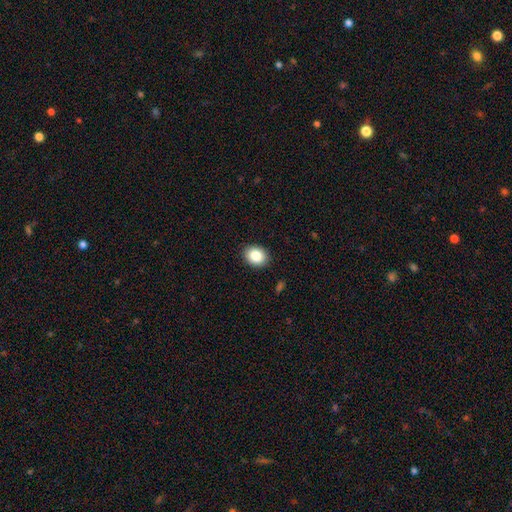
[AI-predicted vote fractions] Smooth or featured? smooth (87%)
How rounded? in between (59%)
Merging? none (90%)